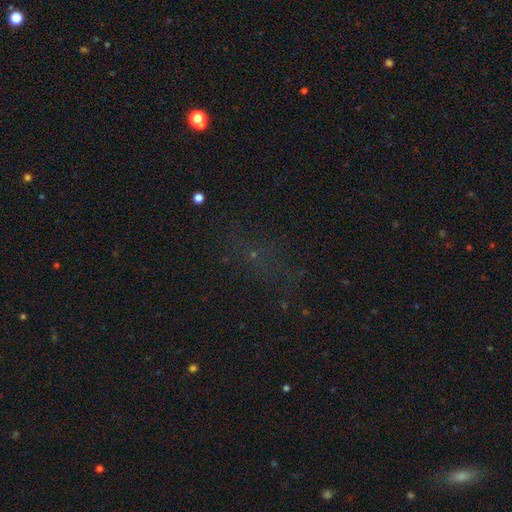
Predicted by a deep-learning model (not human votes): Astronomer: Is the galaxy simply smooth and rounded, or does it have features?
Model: star or artifact — 55%.